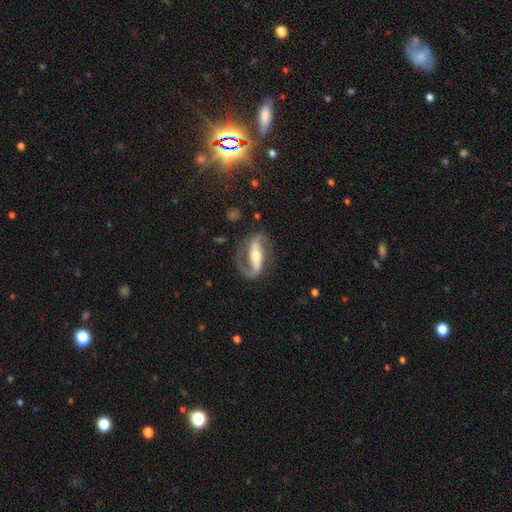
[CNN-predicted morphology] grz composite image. It shows a featured or disk galaxy (89%) with a strong bar (64%), 2 (87%) medium (49%) spiral arms (95%) and a moderate central bulge (62%). Merging: none (76%).